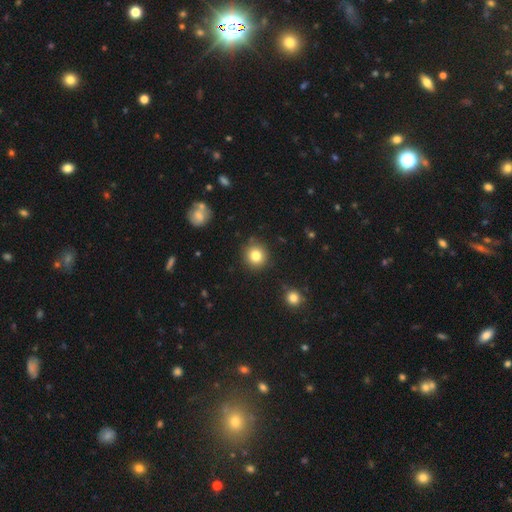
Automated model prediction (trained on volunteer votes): The model was most divided on "smooth or featured": smooth: 82%, star or artifact: 11%, featured or disk: 7%. More confident: how rounded — round (91%); merging — none (88%).